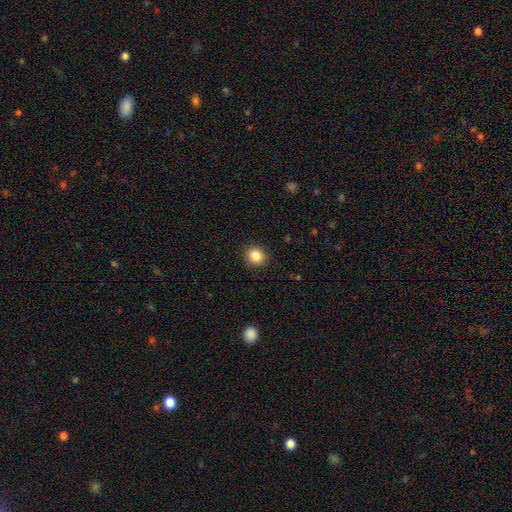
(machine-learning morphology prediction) smooth 86%, star or artifact 10%, featured or disk 4%. Down the decision tree: how rounded — round (84%); merging — none (91%).